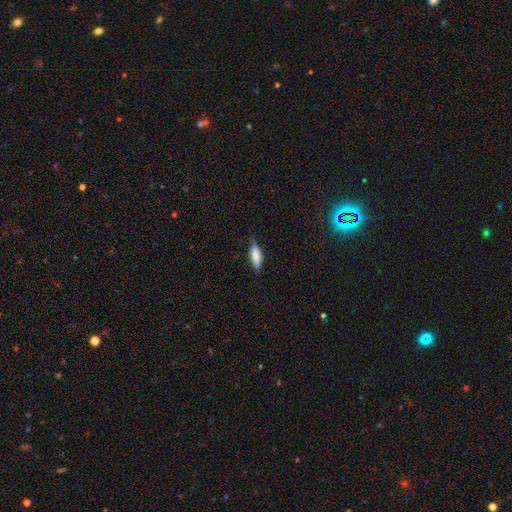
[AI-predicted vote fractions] This appears to be a smooth galaxy with no disk features (71%) that is cigar-shaped (52%). Merging: none (76%).